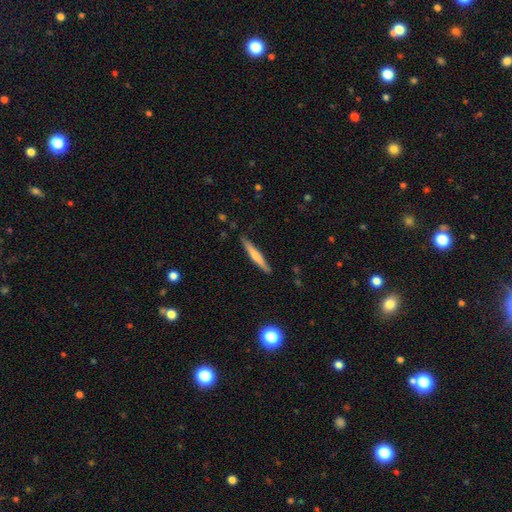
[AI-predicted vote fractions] smooth-or-featured: smooth: 54% | featured or disk: 40% | star or artifact: 6%
  how-rounded: cigar-shaped: 95% | in between: 4% | round: 1%
  merging: none: 89% | minor disturbance: 8% | major disturbance: 2% | merger: 1%